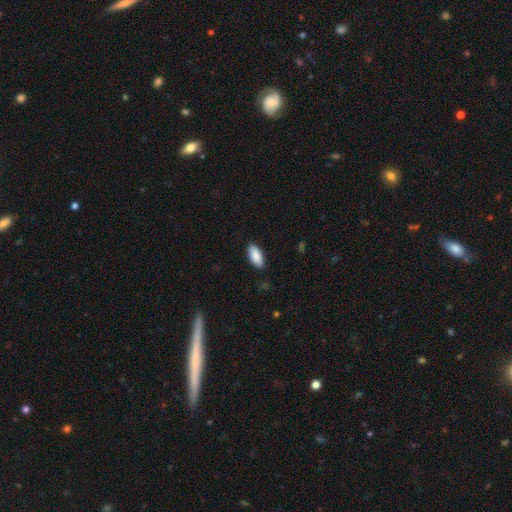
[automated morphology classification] Smooth or featured? Predicted: smooth (p=0.89). How rounded? Predicted: in between (p=0.87). Merging? Predicted: none (p=0.89).